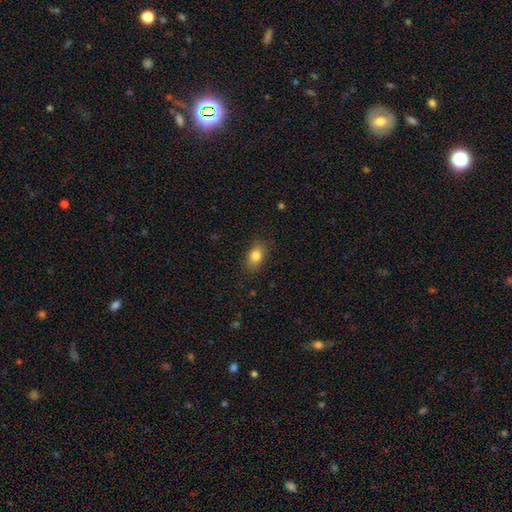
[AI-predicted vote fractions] smooth 83%, star or artifact 9%, featured or disk 8%. Down the decision tree: how rounded — in between (84%); merging — none (86%).